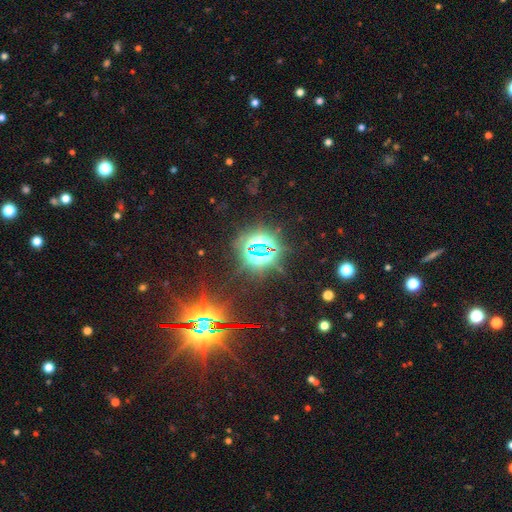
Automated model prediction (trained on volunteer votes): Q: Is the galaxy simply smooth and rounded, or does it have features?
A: star or artifact — 83%.